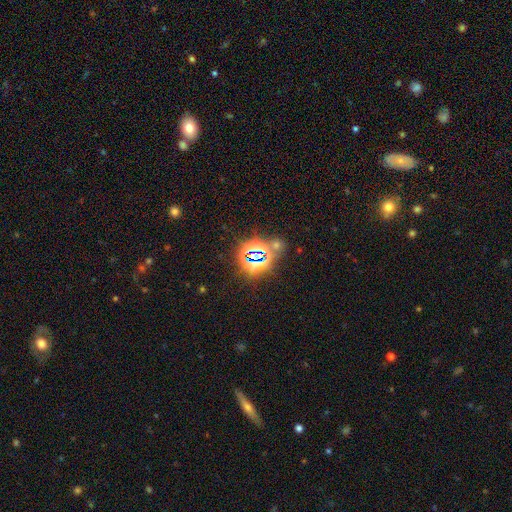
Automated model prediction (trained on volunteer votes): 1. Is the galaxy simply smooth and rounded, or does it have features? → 75% star or artifact, 16% smooth, 8% featured or disk.